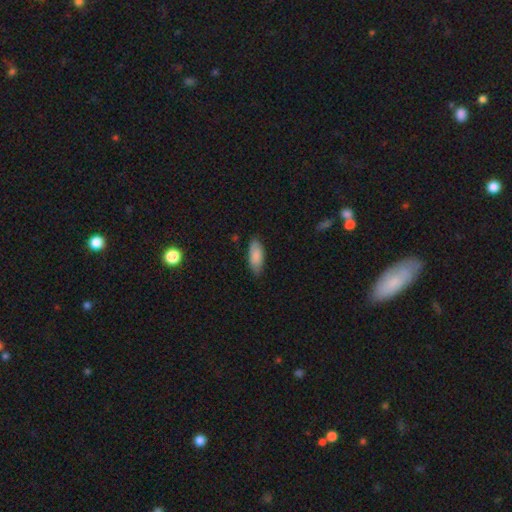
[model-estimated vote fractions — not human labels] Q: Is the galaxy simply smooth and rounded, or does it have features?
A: smooth — 86%.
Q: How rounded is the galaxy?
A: in between — 82%.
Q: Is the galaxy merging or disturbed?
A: none — 80%.